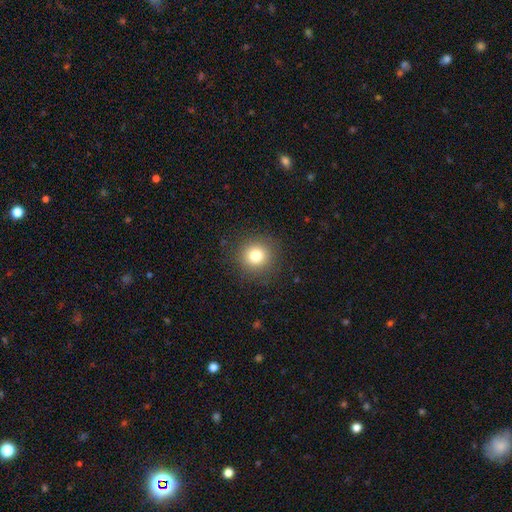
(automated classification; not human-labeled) Smooth or featured: smooth — 80% (star or artifact — 13%)
How rounded: round — 93% (in between — 6%)
Merging: none — 89% (minor disturbance — 7%)